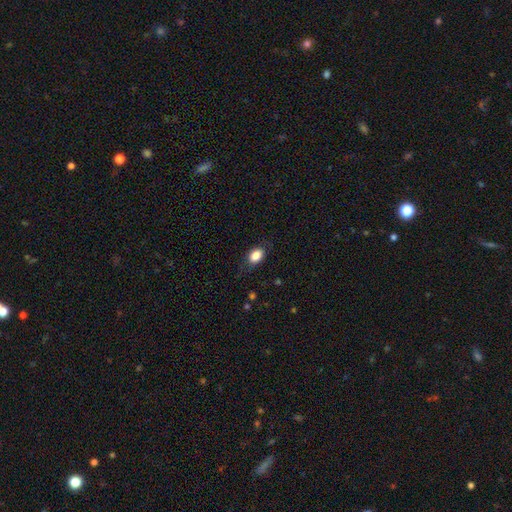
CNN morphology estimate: The model was most divided on "how rounded": in between: 80%, round: 19%, cigar-shaped: 2%. More confident: smooth or featured — smooth (85%); merging — none (79%).